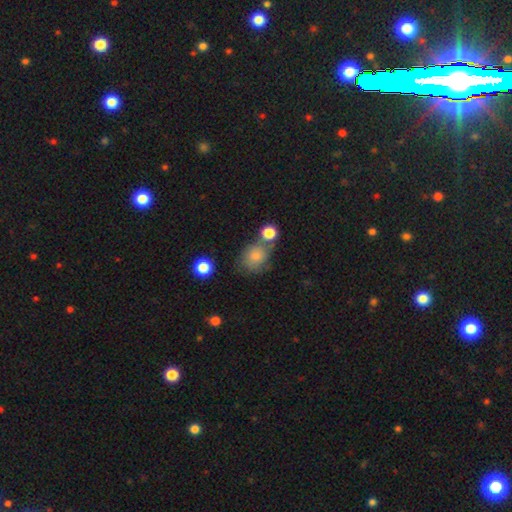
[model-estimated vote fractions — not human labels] A smooth galaxy with no disk features (74%) that is round (63%). Merging: none (53%).